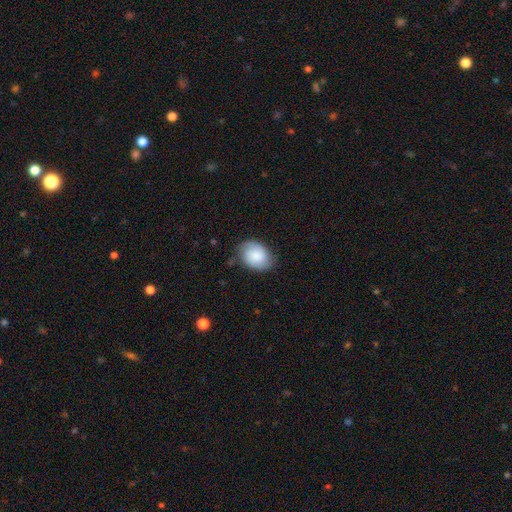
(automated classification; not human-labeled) smooth_or_featured: smooth (p=0.64) [alt: featured or disk p=0.28]
how_rounded: in between (p=0.67) [alt: round p=0.32]
merging: none (p=0.72) [alt: minor disturbance p=0.21]